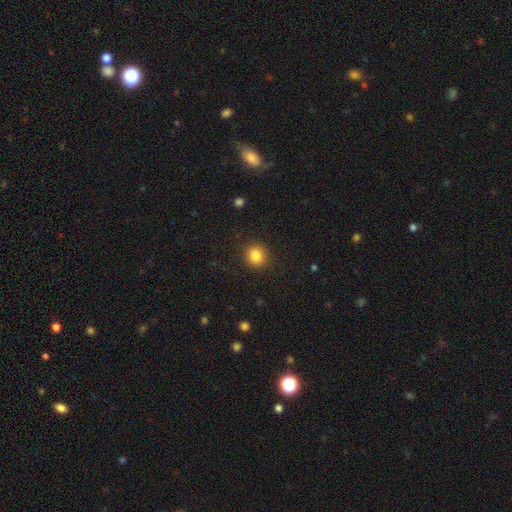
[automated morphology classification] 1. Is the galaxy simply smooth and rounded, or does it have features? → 84% smooth, 11% star or artifact, 5% featured or disk.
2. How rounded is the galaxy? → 88% round, 11% in between, 1% cigar-shaped.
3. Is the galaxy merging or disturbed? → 90% none, 7% minor disturbance, 2% major disturbance, 1% merger.